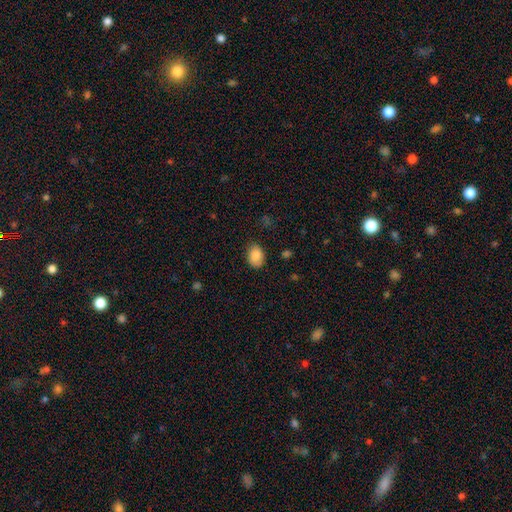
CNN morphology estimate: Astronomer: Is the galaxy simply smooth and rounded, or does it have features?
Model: smooth — 85%.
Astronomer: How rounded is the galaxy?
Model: in between — 75%.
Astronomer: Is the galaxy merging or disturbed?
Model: none — 78%.